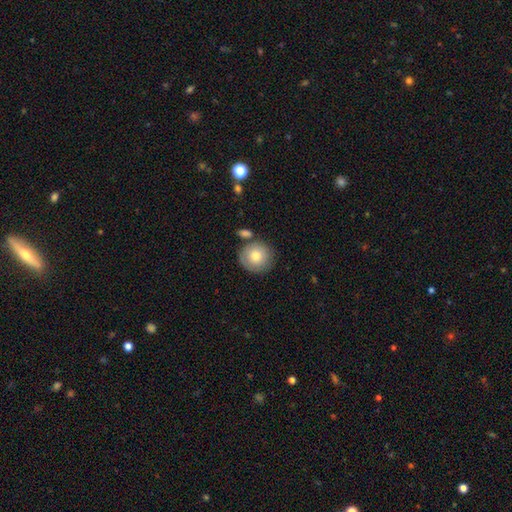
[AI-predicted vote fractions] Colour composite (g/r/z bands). It shows a smooth galaxy with no disk features (77%) that is round (91%). Merging: none (72%).